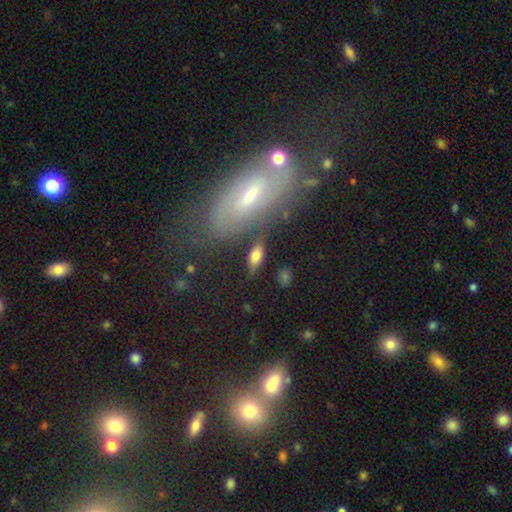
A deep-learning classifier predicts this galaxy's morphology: Q: Smooth or featured?
A: smooth (74%); runner-up: featured or disk (17%)
Q: How rounded?
A: in between (81%); runner-up: cigar-shaped (13%)
Q: Merging?
A: none (71%); runner-up: minor disturbance (16%)